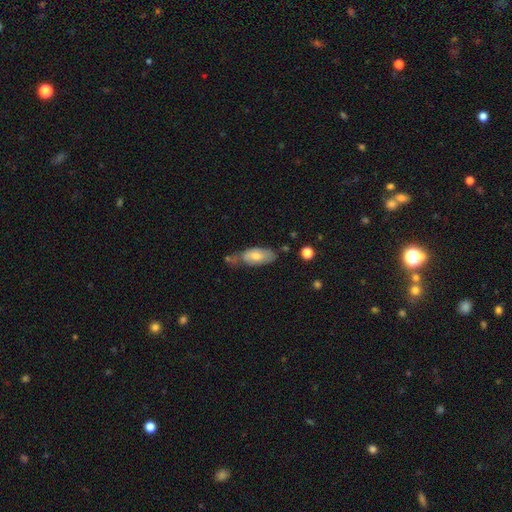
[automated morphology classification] This appears to be a smooth galaxy with no disk features (64%) that is in between round and cigar-shaped (86%). Merging: none (43%).